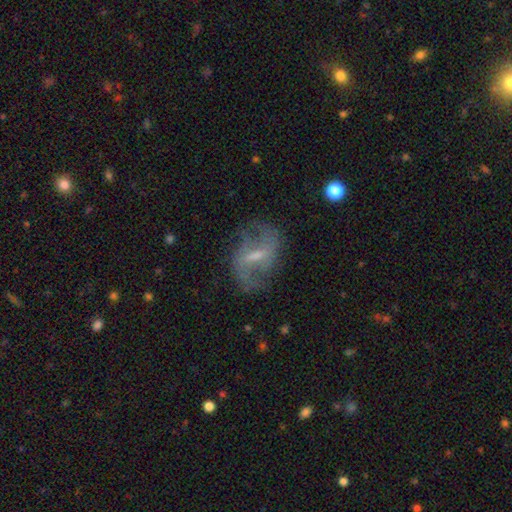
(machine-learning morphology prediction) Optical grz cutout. It shows a featured or disk galaxy (77%) with a weak bar (52%), 2 (83%) loose (47%) spiral arms (87%) and a small central bulge (44%). Merging: none (67%).